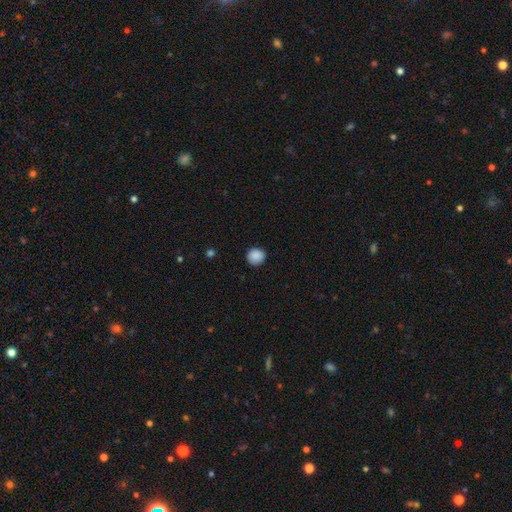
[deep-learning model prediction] smooth-or-featured: smooth: 89% | star or artifact: 9% | featured or disk: 3%
  how-rounded: round: 89% | in between: 10% | cigar-shaped: 1%
  merging: none: 90% | minor disturbance: 7% | major disturbance: 2% | merger: 1%